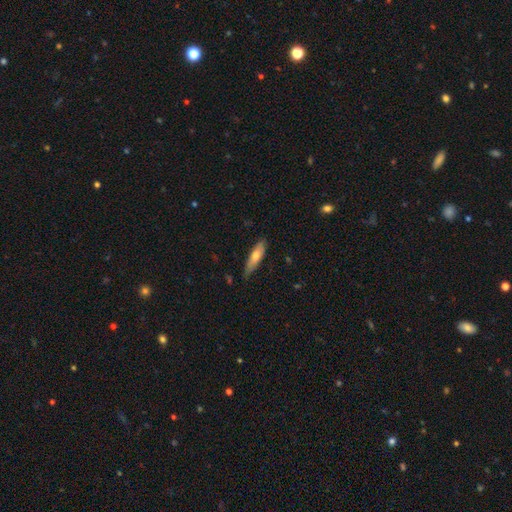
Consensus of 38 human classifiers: Q: Smooth or featured?
A: smooth (63%); runner-up: featured or disk (34%)
Q: How rounded?
A: cigar-shaped (67%); runner-up: in between (33%)
Q: Merging?
A: none (57%); runner-up: minor disturbance (32%)